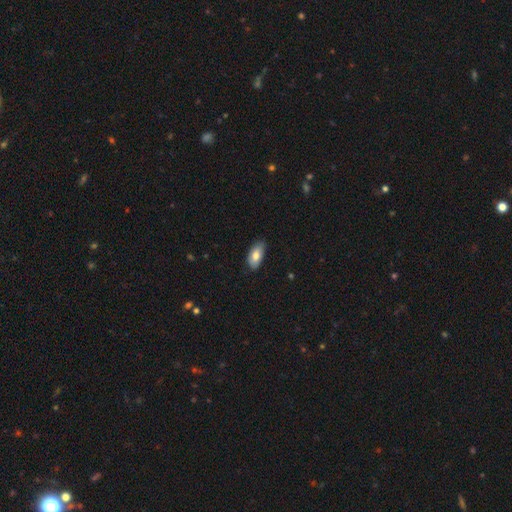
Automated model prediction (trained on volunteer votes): smooth_or_featured: smooth (p=0.77) [alt: featured or disk p=0.17]
how_rounded: in between (p=0.92) [alt: cigar-shaped p=0.05]
merging: none (p=0.75) [alt: minor disturbance p=0.21]